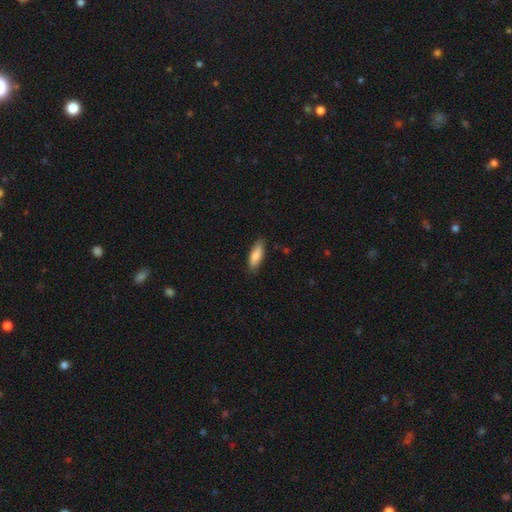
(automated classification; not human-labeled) Q: Smooth or featured?
A: smooth (83%); runner-up: featured or disk (11%)
Q: How rounded?
A: in between (62%); runner-up: cigar-shaped (36%)
Q: Merging?
A: none (82%); runner-up: minor disturbance (14%)